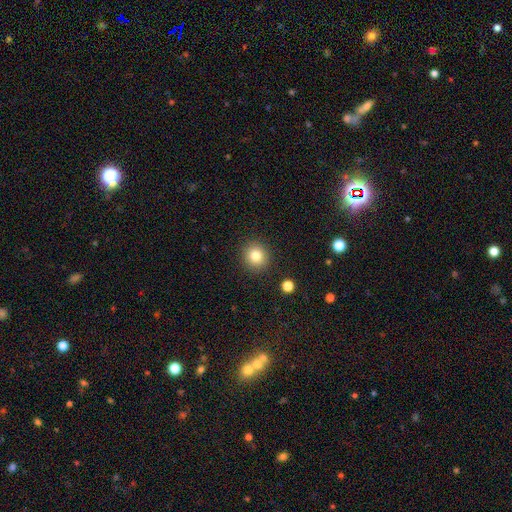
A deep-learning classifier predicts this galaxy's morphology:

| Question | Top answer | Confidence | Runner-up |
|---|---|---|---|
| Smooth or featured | smooth | 81% | star or artifact (11%) |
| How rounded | round | 90% | in between (10%) |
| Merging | none | 90% | minor disturbance (6%) |